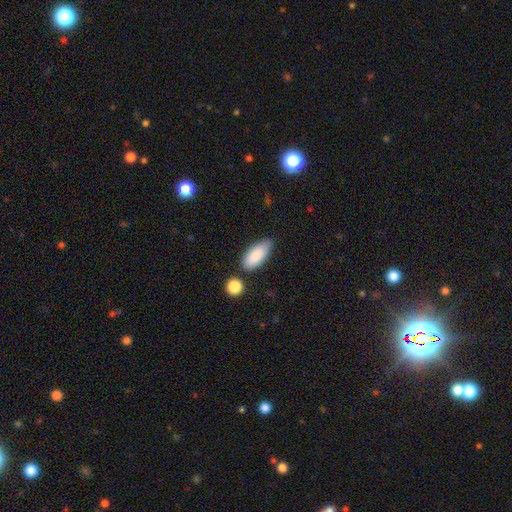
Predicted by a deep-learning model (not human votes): smooth-or-featured: smooth: 87% | featured or disk: 7% | star or artifact: 6%
  how-rounded: in between: 85% | cigar-shaped: 13% | round: 2%
  merging: none: 69% | minor disturbance: 21% | merger: 6% | major disturbance: 4%